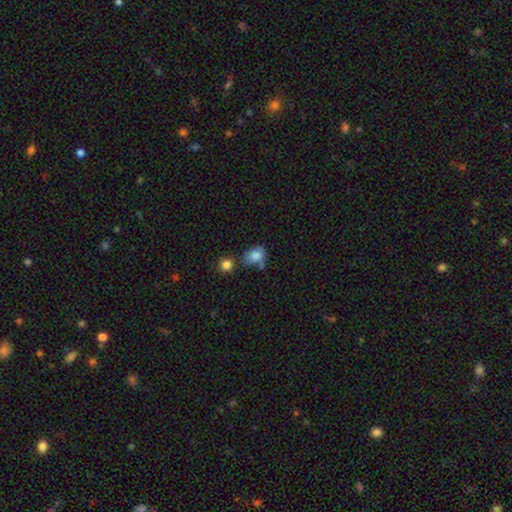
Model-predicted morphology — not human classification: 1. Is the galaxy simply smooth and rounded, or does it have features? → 79% smooth, 11% featured or disk, 10% star or artifact.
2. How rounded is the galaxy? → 68% in between, 31% round, 1% cigar-shaped.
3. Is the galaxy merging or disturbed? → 46% none, 25% minor disturbance, 19% merger, 10% major disturbance.